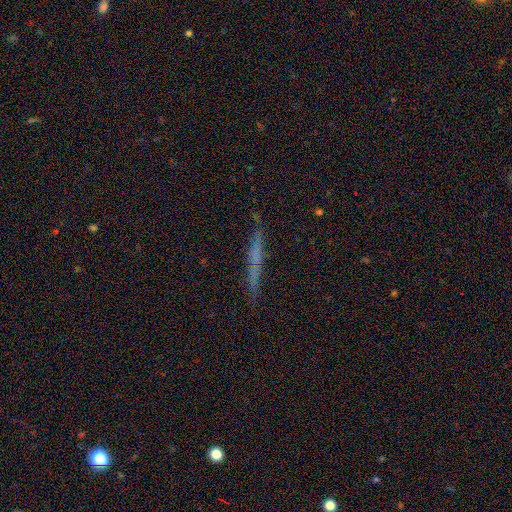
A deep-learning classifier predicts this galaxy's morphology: Overall: featured or disk (44%; smooth 39%). Merging: none (85%).